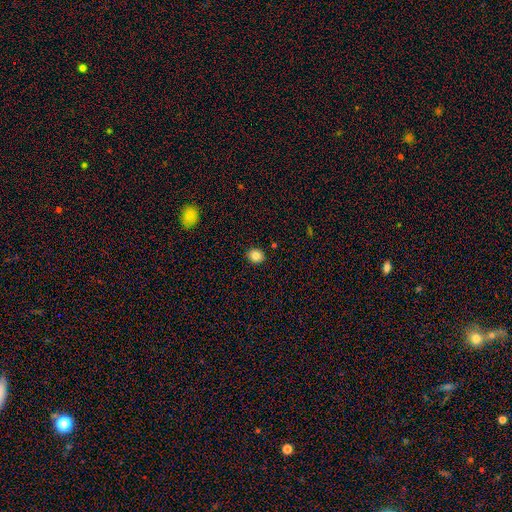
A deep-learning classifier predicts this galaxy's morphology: Q: Smooth or featured?
A: smooth (84%); runner-up: star or artifact (10%)
Q: How rounded?
A: round (71%); runner-up: in between (28%)
Q: Merging?
A: none (91%); runner-up: minor disturbance (6%)